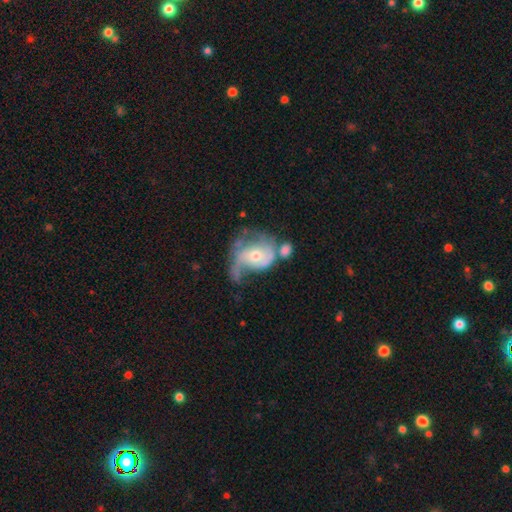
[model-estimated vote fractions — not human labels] Morphology: type=featured or disk (73%); edge-on=no (97%); bar=no (64%); spiral arms=yes (84%); winding=loose (46%); arm count=2 (47%); bulge=moderate (55%); merging=major disturbance (34%).